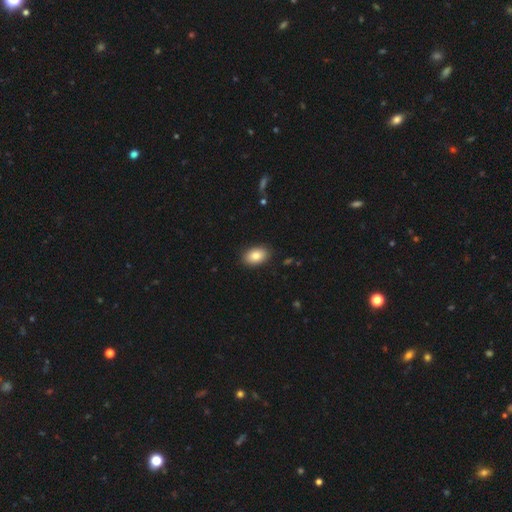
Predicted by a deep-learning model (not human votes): Overall: smooth (84%). How rounded: in between (88%). Merging: none (88%).